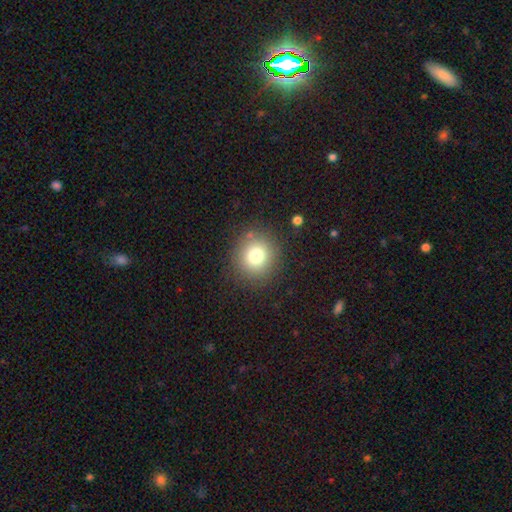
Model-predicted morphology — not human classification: Smooth or featured? Predicted: smooth (p=0.77). How rounded? Predicted: round (p=0.90). Merging? Predicted: none (p=0.85).